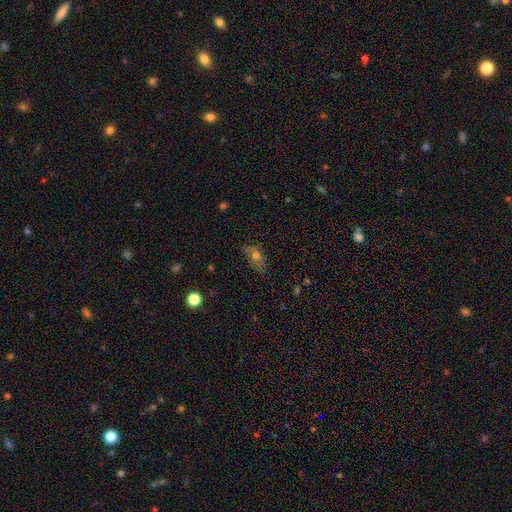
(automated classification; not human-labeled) smooth-or-featured: smooth: 57% | featured or disk: 28% | star or artifact: 15%
  how-rounded: in between: 79% | round: 16% | cigar-shaped: 5%
  merging: none: 63% | minor disturbance: 25% | major disturbance: 10% | merger: 2%